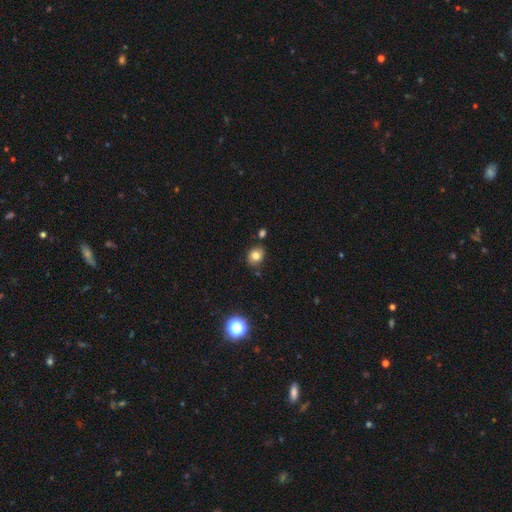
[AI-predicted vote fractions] Overall: smooth (79%). How rounded: round (56%; in between 43%). Merging: none (79%).